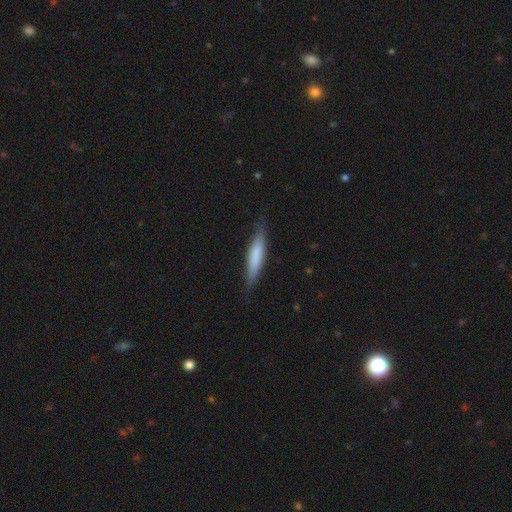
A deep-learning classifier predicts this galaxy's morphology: Smooth or featured: smooth — 69% (featured or disk — 25%)
How rounded: cigar-shaped — 87% (in between — 11%)
Merging: none — 84% (minor disturbance — 12%)